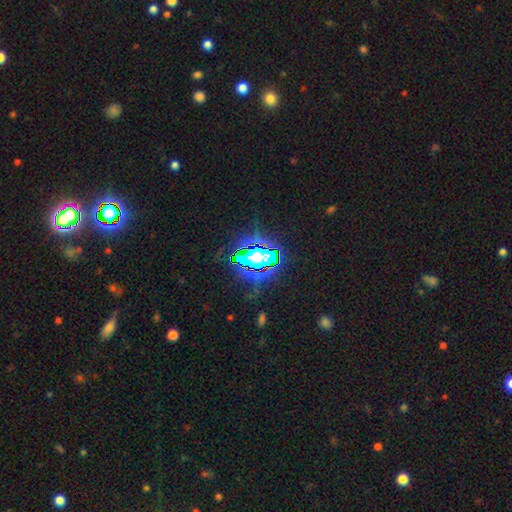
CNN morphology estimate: smooth_or_featured: star or artifact (p=0.81) [alt: smooth p=0.12]